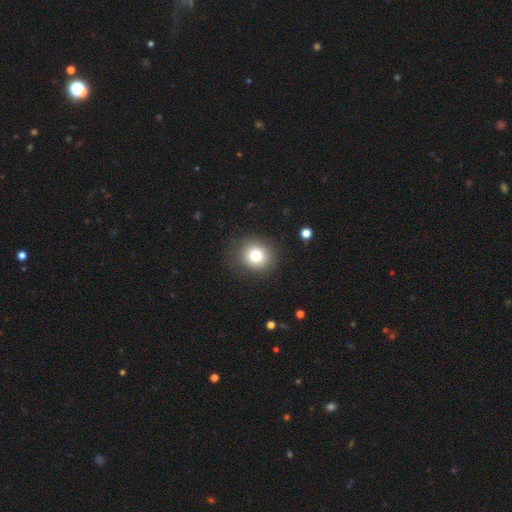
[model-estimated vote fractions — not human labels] Overall: smooth (77%). How rounded: round (86%). Merging: none (86%).